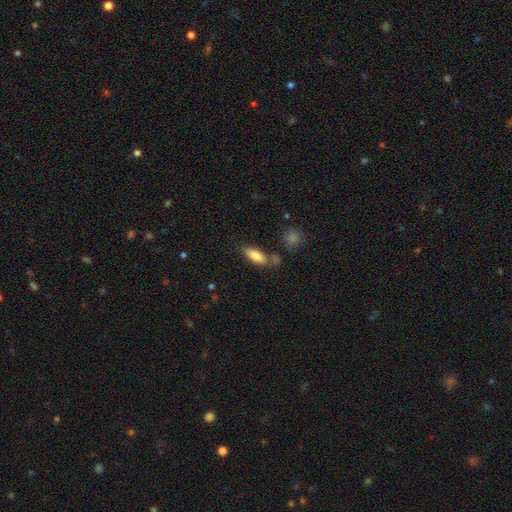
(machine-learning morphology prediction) This appears to be a smooth galaxy with no disk features (83%) that is in between round and cigar-shaped (75%). Merging: none (65%).